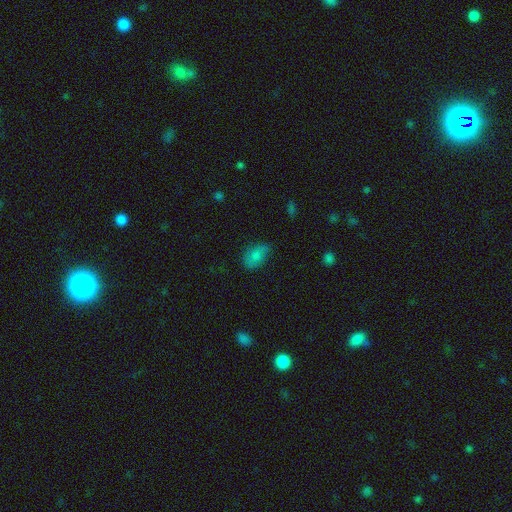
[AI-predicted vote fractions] Smooth or featured?
  - smooth: 78% *
  - featured or disk: 13%
  - star or artifact: 9%
How rounded?
  - in between: 86% *
  - round: 12%
  - cigar-shaped: 2%
Merging?
  - none: 66% *
  - minor disturbance: 26%
  - major disturbance: 6%
  - merger: 2%